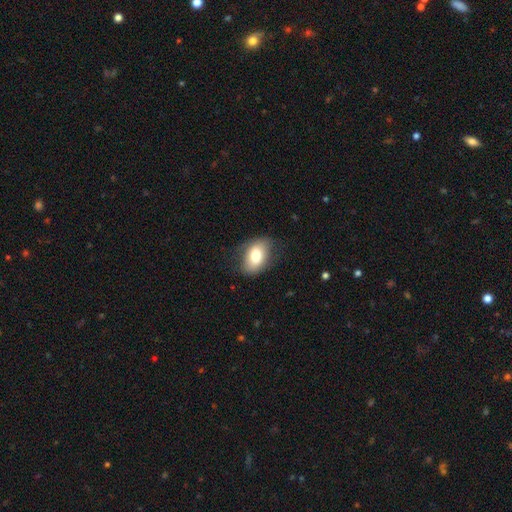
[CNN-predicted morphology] smooth 75%, featured or disk 18%, star or artifact 7%. Down the decision tree: how rounded — in between (87%); merging — none (74%).